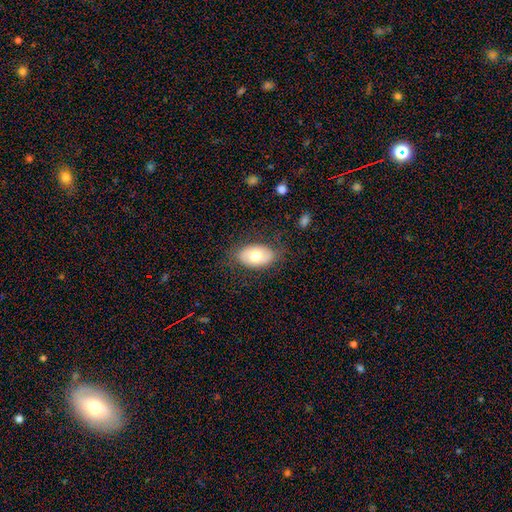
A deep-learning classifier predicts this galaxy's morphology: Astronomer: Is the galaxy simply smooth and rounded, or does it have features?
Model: smooth — 68%.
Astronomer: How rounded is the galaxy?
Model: in between — 91%.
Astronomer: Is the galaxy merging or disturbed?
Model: none — 77%.